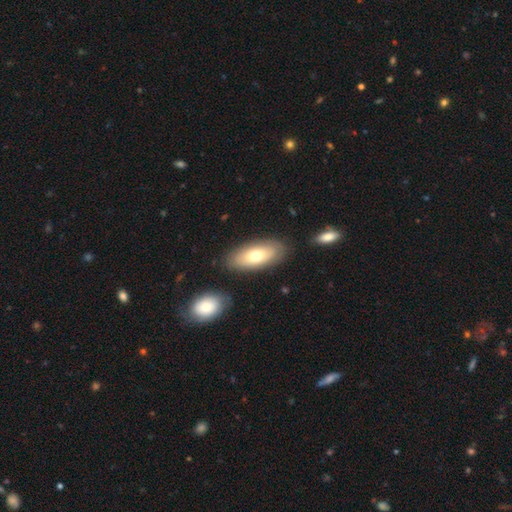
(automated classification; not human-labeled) Overall: smooth (67%; featured or disk 27%). How rounded: in between (88%). Merging: none (83%).